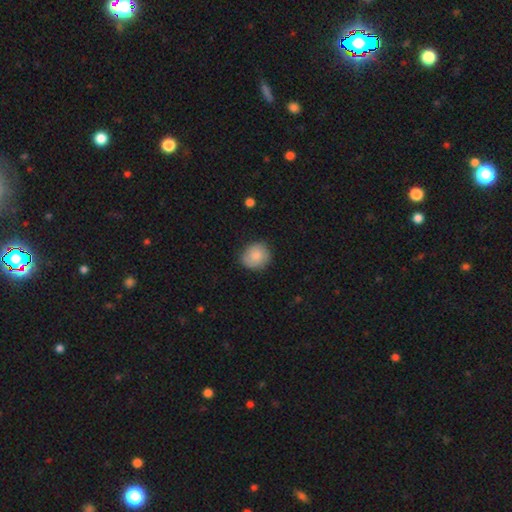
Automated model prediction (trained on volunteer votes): The model was most divided on "how rounded": round: 79%, in between: 20%, cigar-shaped: 1%. More confident: smooth or featured — smooth (84%); merging — none (80%).